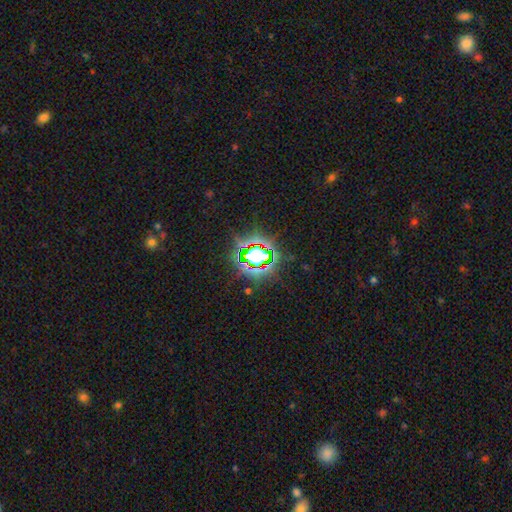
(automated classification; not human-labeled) This is likely a star or artifact rather than a galaxy (73%).